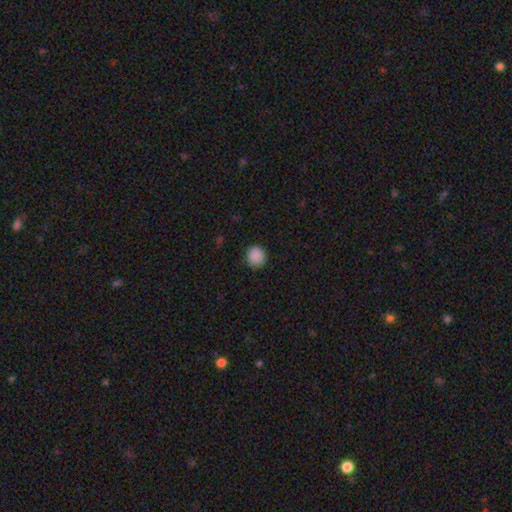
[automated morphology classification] Smooth or featured?
  - smooth: 89% *
  - star or artifact: 9%
  - featured or disk: 2%
How rounded?
  - round: 90% *
  - in between: 9%
  - cigar-shaped: 1%
Merging?
  - none: 90% *
  - minor disturbance: 7%
  - major disturbance: 2%
  - merger: 1%